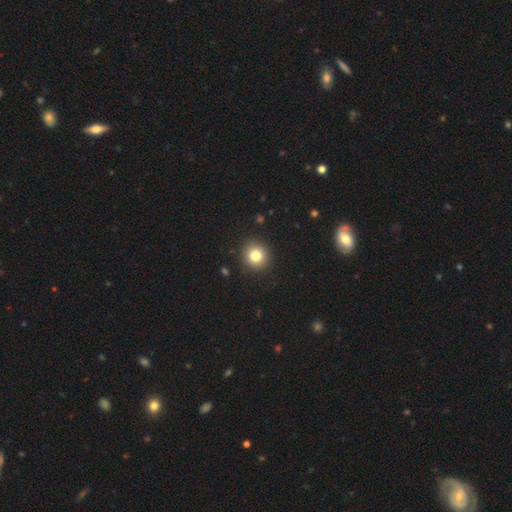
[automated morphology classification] This is clearly a smooth galaxy (81%). How rounded: clearly round (91%). Merging: clearly none (91%).